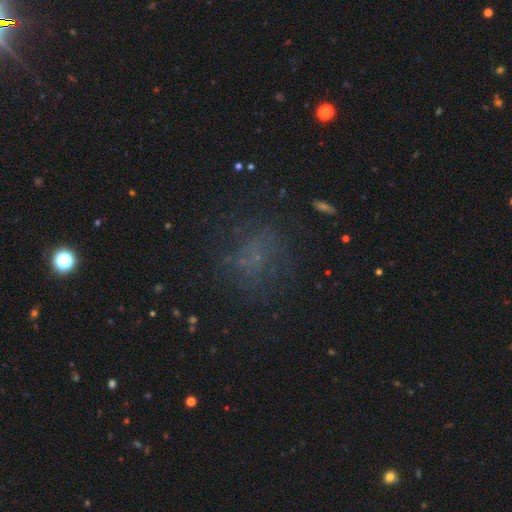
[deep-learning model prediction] A smooth galaxy with no disk features (45%).

Vote fractions:
- Smooth or featured? smooth: 45% / star or artifact: 34% / featured or disk: 22%
- Merging? none: 68% / minor disturbance: 16% / major disturbance: 14% / merger: 2%